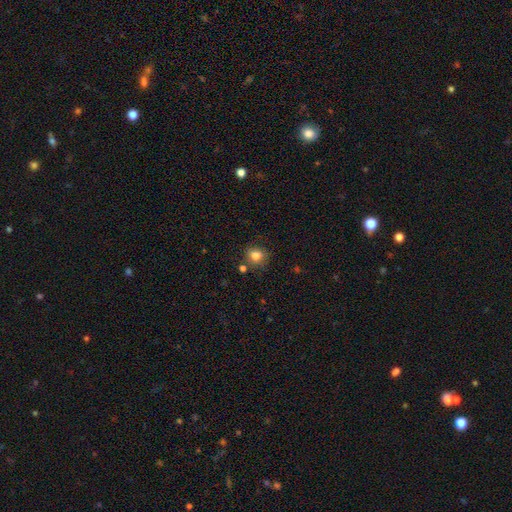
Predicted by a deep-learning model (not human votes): Smooth or featured? smooth (81%)
How rounded? round (77%)
Merging? none (75%)